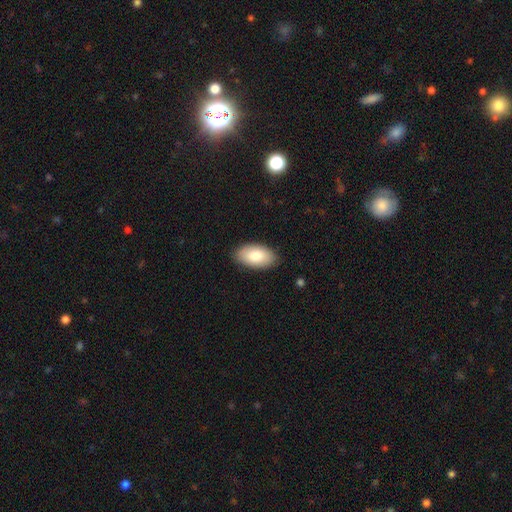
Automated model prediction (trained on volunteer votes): Smooth or featured? Predicted: smooth (p=0.82). How rounded? Predicted: in between (p=0.95). Merging? Predicted: none (p=0.87).